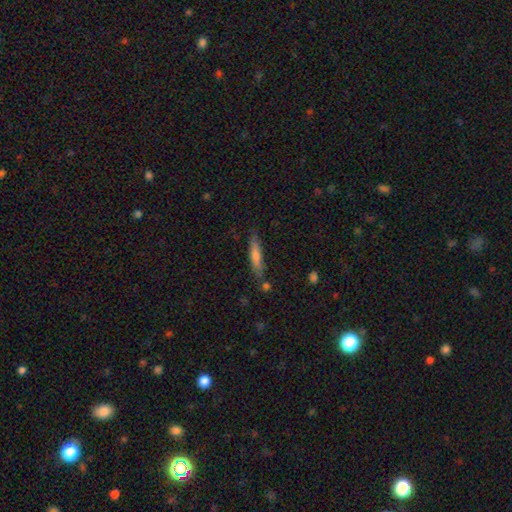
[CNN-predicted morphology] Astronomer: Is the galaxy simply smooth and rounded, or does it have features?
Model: smooth — 64%.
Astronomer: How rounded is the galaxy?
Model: cigar-shaped — 86%.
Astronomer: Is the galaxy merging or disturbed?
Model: none — 79%.